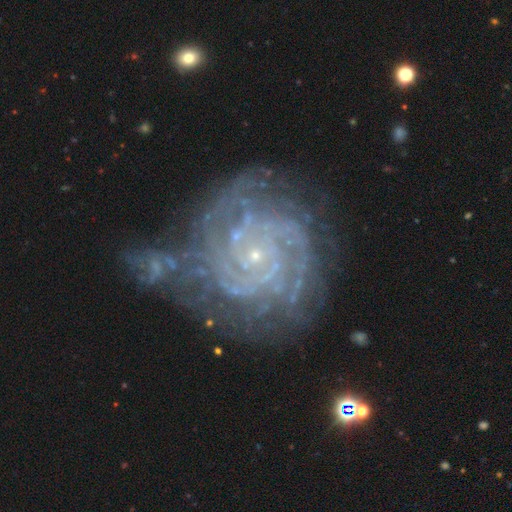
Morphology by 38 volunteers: smooth-or-featured: featured or disk: 87% | star or artifact: 8% | smooth: 5%
  disk-edge-on: no: 100% | yes: 0%
    bar: no: 73% | weak: 18% | strong: 9%
    has-spiral-arms: yes: 100% | no: 0%
      spiral-winding: tight: 85% | medium: 12% | loose: 3%
      spiral-arm-count: 2: 48% | can't tell: 27% | more than 4: 12% | 3: 6% | 4: 6% | 1: 0%
    bulge-size: small: 88% | moderate: 9% | large: 3% | dominant: 0% | none: 0%
  merging: merger: 31% | major disturbance: 29% | minor disturbance: 23% | none: 17%